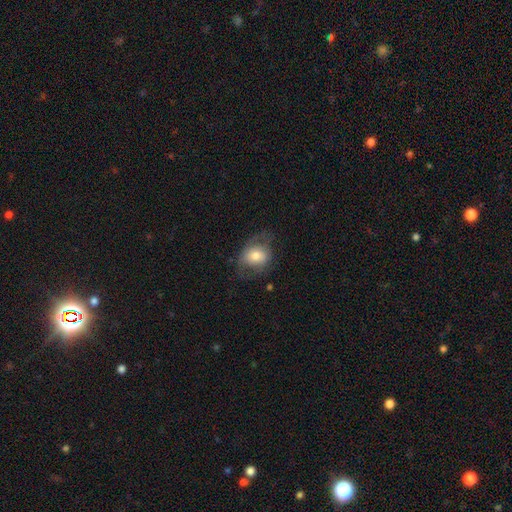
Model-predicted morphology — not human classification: smooth 61%, featured or disk 31%, star or artifact 8%. Down the decision tree: how rounded — in between (52%); merging — none (56%).